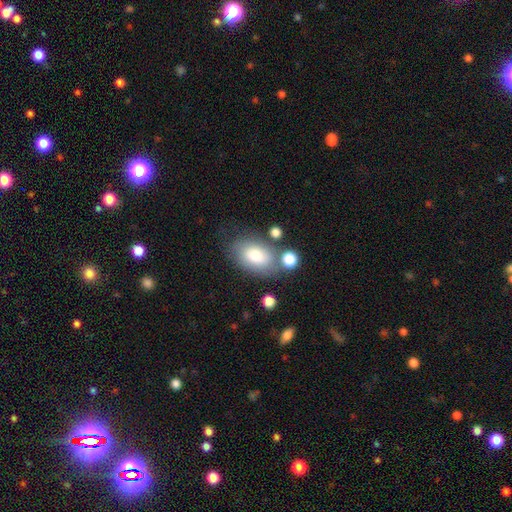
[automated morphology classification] Smooth or featured: smooth — 80% (featured or disk — 12%)
How rounded: in between — 89% (round — 9%)
Merging: none — 62% (minor disturbance — 19%)